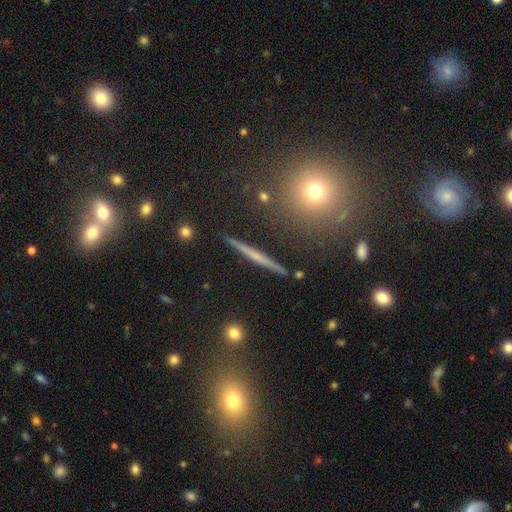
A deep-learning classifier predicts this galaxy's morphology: Q: Smooth or featured?
A: featured or disk (62%); runner-up: smooth (26%)
Q: Edge-on disk?
A: yes (96%); runner-up: no (4%)
Q: Edge-on bulge?
A: none (69%); runner-up: rounded (25%)
Q: Merging?
A: none (92%); runner-up: minor disturbance (5%)